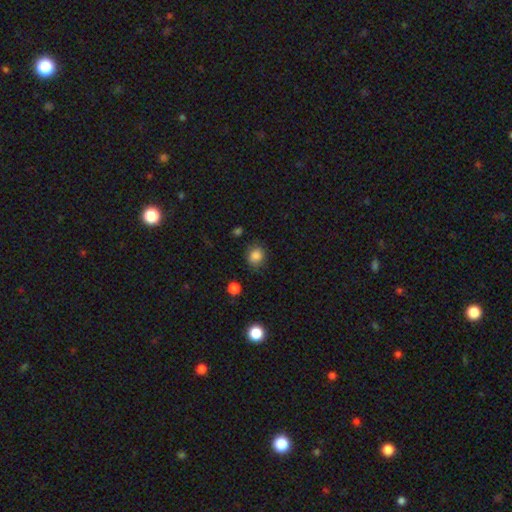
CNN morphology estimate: A smooth galaxy with no disk features (84%) that is round (72%). Merging: none (77%).